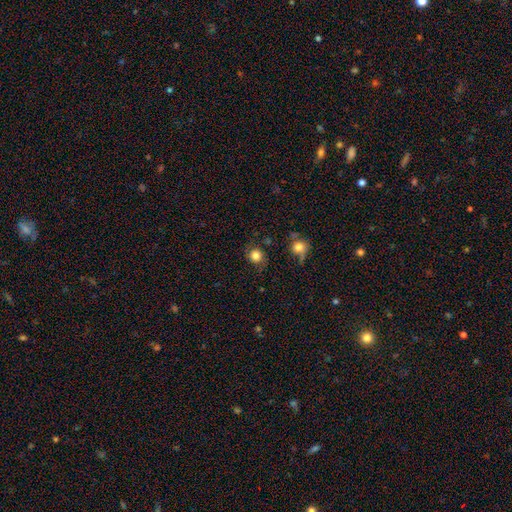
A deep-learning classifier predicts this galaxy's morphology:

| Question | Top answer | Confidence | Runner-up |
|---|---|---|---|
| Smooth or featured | smooth | 80% | star or artifact (10%) |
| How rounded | round | 85% | in between (14%) |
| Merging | none | 74% | minor disturbance (16%) |